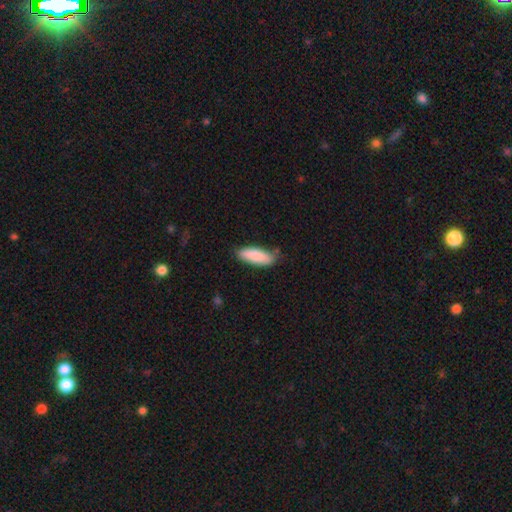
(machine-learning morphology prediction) This appears to be a smooth galaxy with no disk features (87%) that is in between round and cigar-shaped (66%). Merging: none (76%).